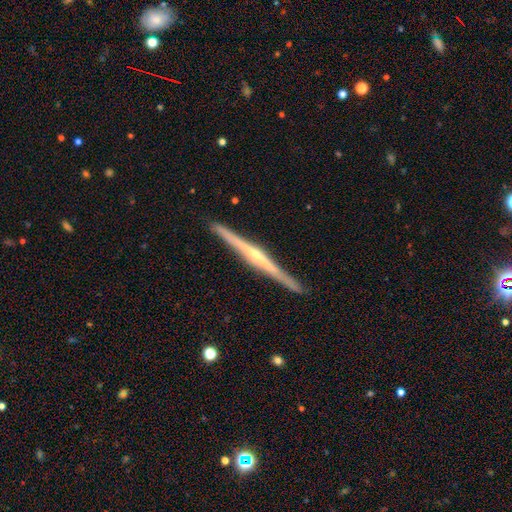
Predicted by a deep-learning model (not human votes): Smooth or featured? featured or disk (81%)
Edge-on disk? yes (98%)
Edge-on bulge? rounded (66%)
Merging? none (92%)